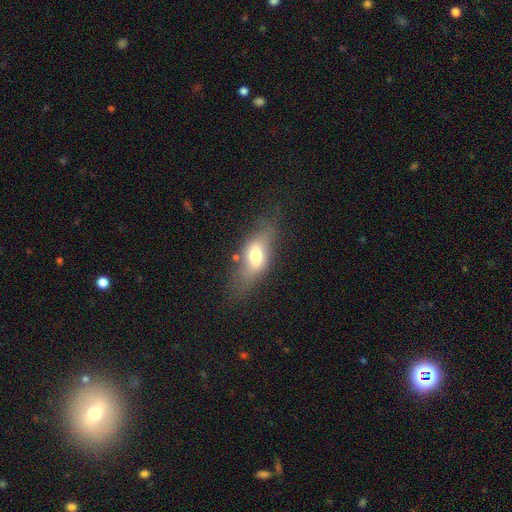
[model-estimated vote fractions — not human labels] smooth-or-featured: smooth: 54% | featured or disk: 37% | star or artifact: 9%
  how-rounded: in between: 77% | cigar-shaped: 15% | round: 8%
  merging: none: 60% | minor disturbance: 22% | major disturbance: 14% | merger: 3%